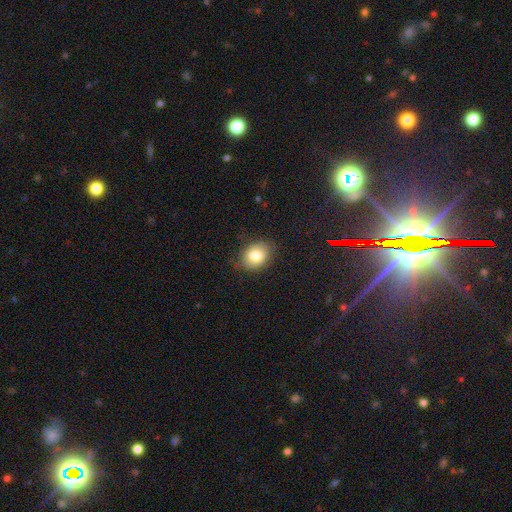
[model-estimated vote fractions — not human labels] smooth 83%, featured or disk 9%, star or artifact 8%. Down the decision tree: how rounded — in between (62%); merging — none (79%).